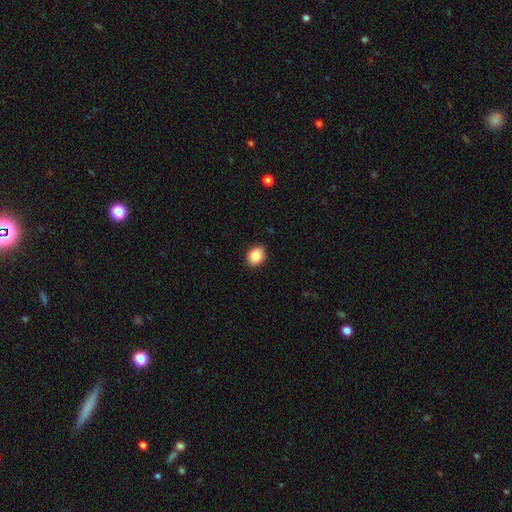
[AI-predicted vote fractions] Overall: smooth (86%). How rounded: in between (50%; round 49%). Merging: none (90%).